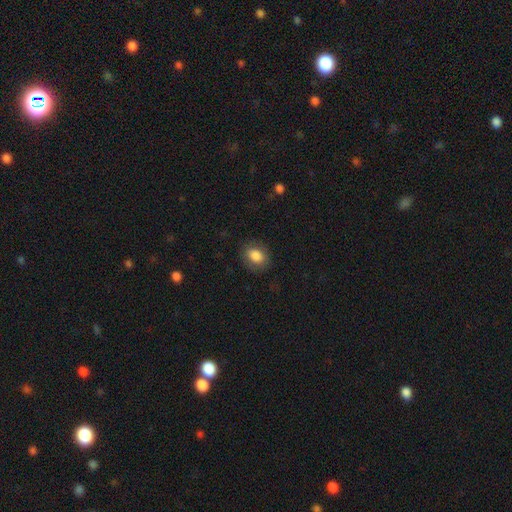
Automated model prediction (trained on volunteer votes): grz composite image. It shows a smooth galaxy with no disk features (84%) that is in between round and cigar-shaped (64%). Merging: none (83%).